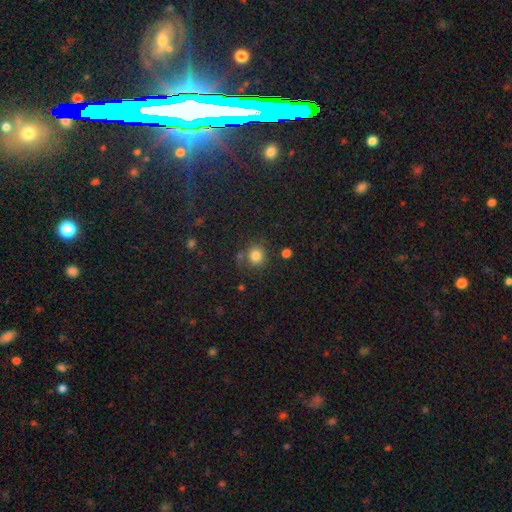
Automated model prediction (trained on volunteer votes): The model was most divided on "merging": none: 77%, minor disturbance: 12%, merger: 7%, major disturbance: 4%. More confident: how rounded — round (88%); smooth or featured — smooth (82%).